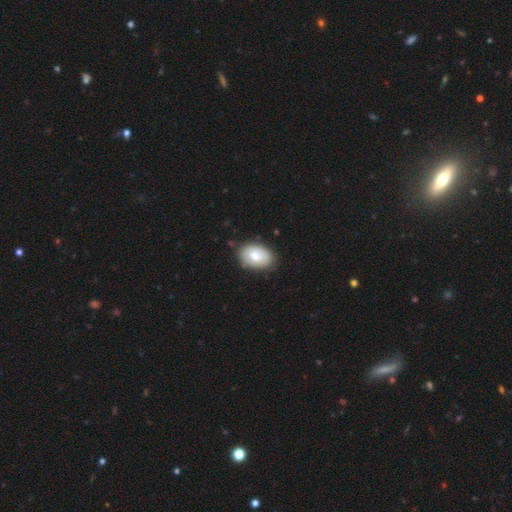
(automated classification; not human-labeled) smooth_or_featured: smooth (p=0.72) [alt: featured or disk p=0.22]
how_rounded: in between (p=0.86) [alt: round p=0.13]
merging: none (p=0.81) [alt: minor disturbance p=0.14]